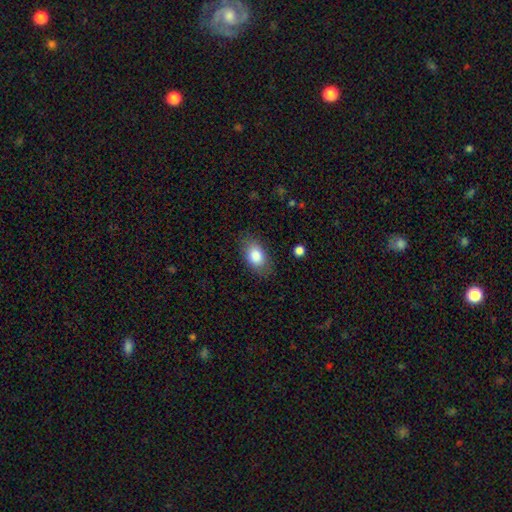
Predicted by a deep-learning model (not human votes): This appears to be a smooth galaxy with no disk features (83%) that is in between round and cigar-shaped (88%). Merging: none (81%).